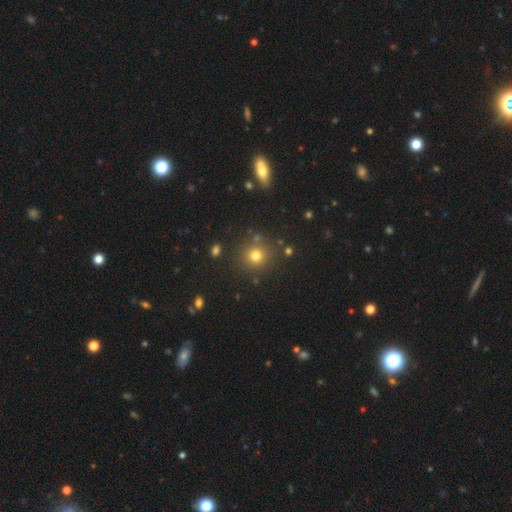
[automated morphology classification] type=smooth (76%); roundness=round (92%); merging=none (85%).